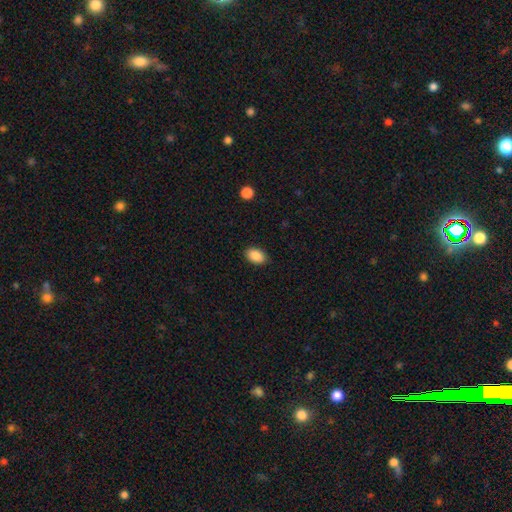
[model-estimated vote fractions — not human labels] Smooth or featured: smooth — 88% (star or artifact — 8%)
How rounded: in between — 88% (round — 11%)
Merging: none — 88% (minor disturbance — 9%)